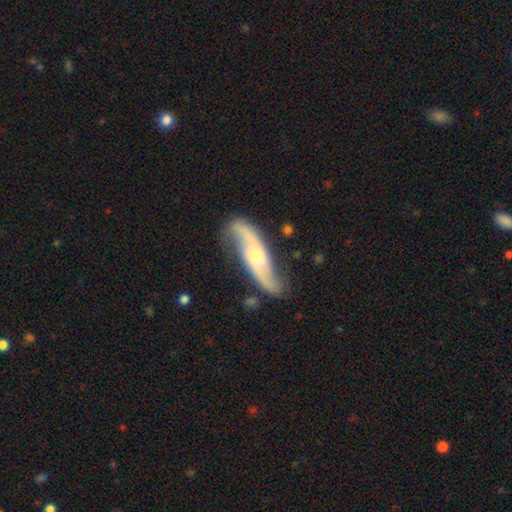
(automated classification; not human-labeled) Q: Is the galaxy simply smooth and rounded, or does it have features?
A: featured or disk — 84%.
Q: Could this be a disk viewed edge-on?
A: no — 87%.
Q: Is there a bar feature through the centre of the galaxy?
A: no — 49%.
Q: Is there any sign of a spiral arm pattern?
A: yes — 96%.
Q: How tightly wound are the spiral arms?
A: loose — 57%.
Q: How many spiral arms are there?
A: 2 — 92%.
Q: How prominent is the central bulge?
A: moderate — 45%.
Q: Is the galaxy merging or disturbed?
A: none — 77%.